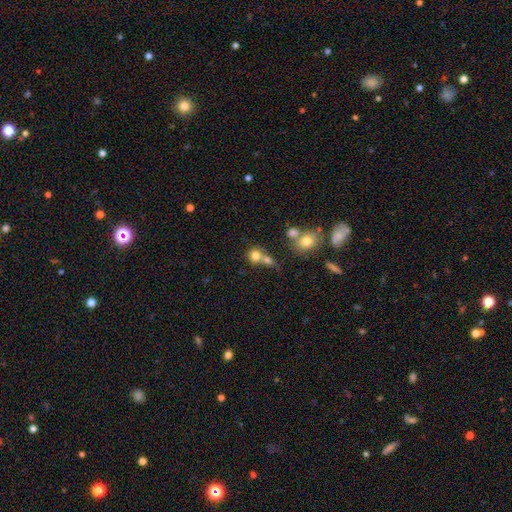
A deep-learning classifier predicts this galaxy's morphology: Overall: smooth (77%). How rounded: round (83%). Merging: merger (46%; none 42%).